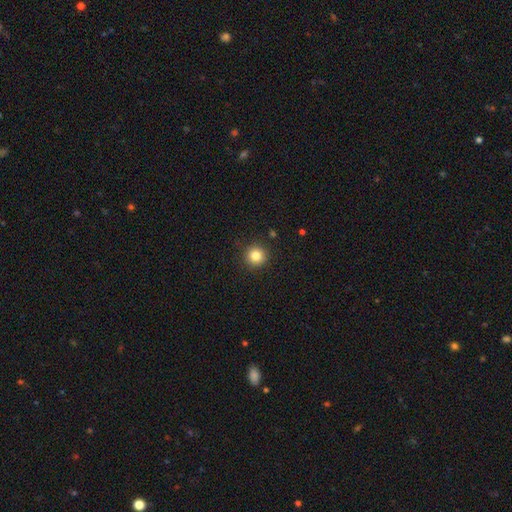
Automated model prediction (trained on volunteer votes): Overall: smooth (84%). How rounded: round (94%). Merging: none (91%).